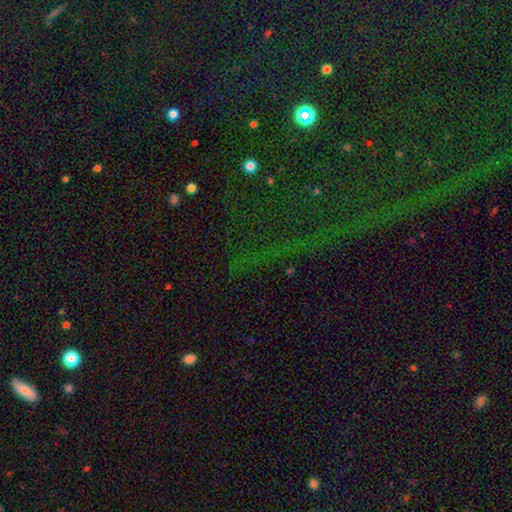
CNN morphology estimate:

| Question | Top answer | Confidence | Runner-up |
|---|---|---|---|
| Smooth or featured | star or artifact | 81% | smooth (10%) |